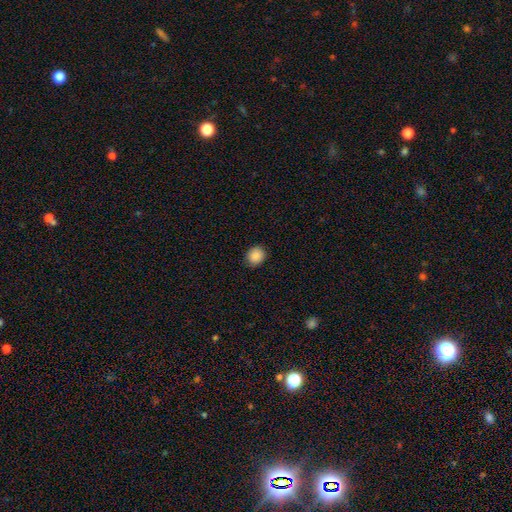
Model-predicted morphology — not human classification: A smooth galaxy with no disk features (88%) that is round (75%).

Vote fractions:
- Smooth or featured? smooth: 88% / star or artifact: 9% / featured or disk: 3%
- How rounded? round: 75% / in between: 24% / cigar-shaped: 1%
- Merging? none: 88% / minor disturbance: 9% / major disturbance: 2% / merger: 1%